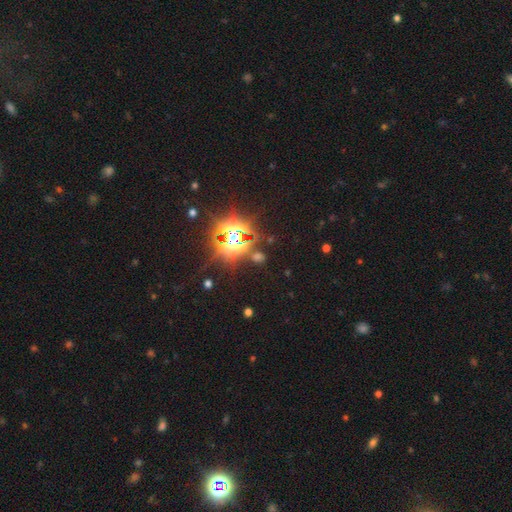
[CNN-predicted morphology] type=star or artifact (79%).